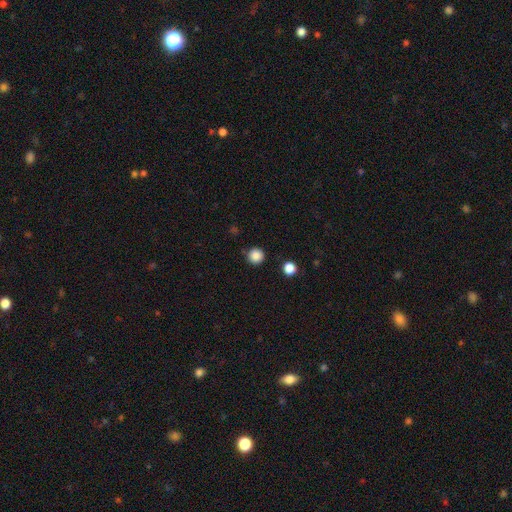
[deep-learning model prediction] This appears to be a smooth galaxy with no disk features (87%) that is round (95%). Merging: none (89%).